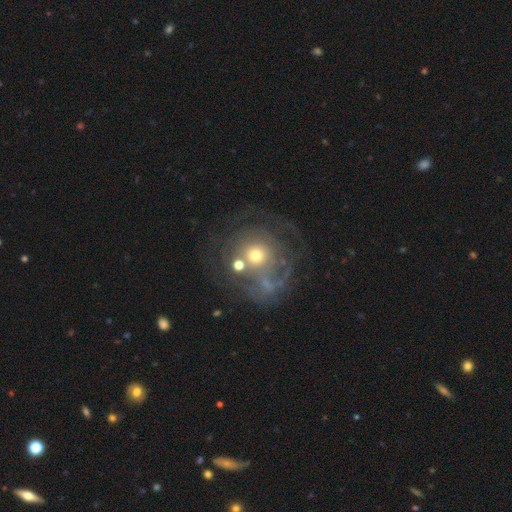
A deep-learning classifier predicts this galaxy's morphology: The model was most divided on "bulge size": moderate: 48%, small: 42%, large: 6%, dominant: 2%, none: 2%. Remaining: edge-on disk — no (97%); bar — no (87%); smooth or featured — featured or disk (63%); spiral arms — yes (61%); merging — none (50%).